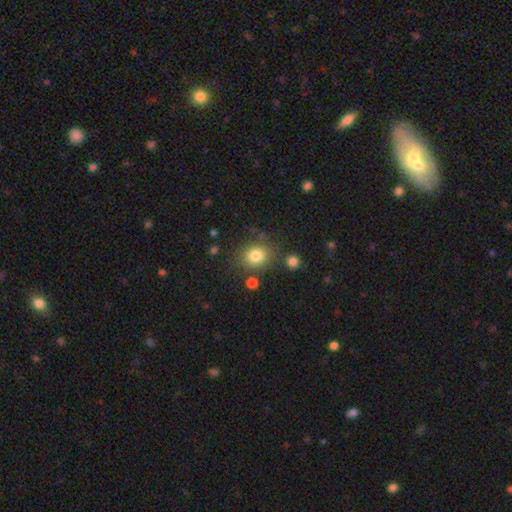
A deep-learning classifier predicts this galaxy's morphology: Smooth or featured?
  - smooth: 81% *
  - star or artifact: 11%
  - featured or disk: 8%
How rounded?
  - round: 72% *
  - in between: 27%
  - cigar-shaped: 1%
Merging?
  - none: 77% *
  - minor disturbance: 11%
  - merger: 7%
  - major disturbance: 4%